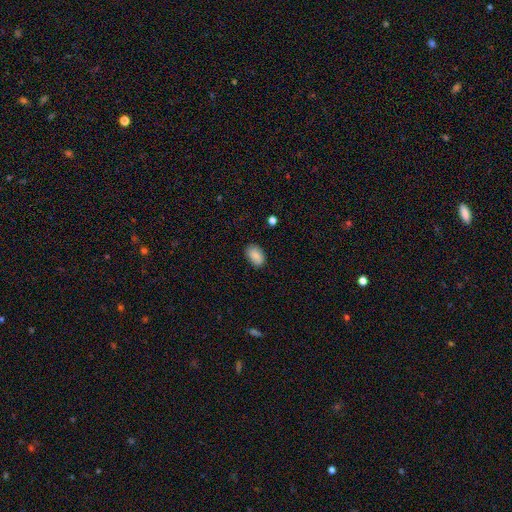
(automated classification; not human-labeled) Q: Smooth or featured?
A: smooth (88%); runner-up: star or artifact (7%)
Q: How rounded?
A: in between (89%); runner-up: round (9%)
Q: Merging?
A: none (84%); runner-up: minor disturbance (13%)